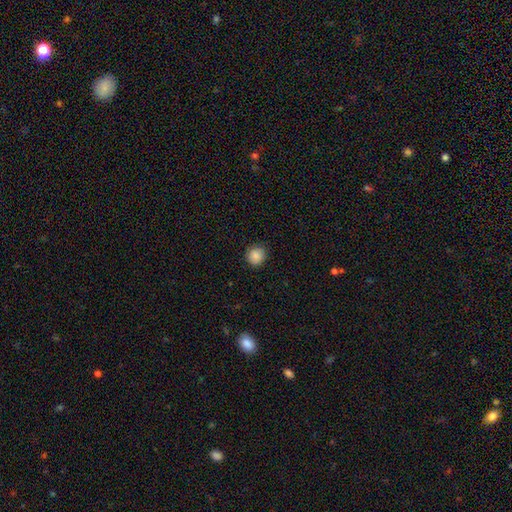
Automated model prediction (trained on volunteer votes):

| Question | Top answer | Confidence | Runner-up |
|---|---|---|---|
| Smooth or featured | smooth | 87% | star or artifact (9%) |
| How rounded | round | 91% | in between (8%) |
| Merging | none | 88% | minor disturbance (9%) |